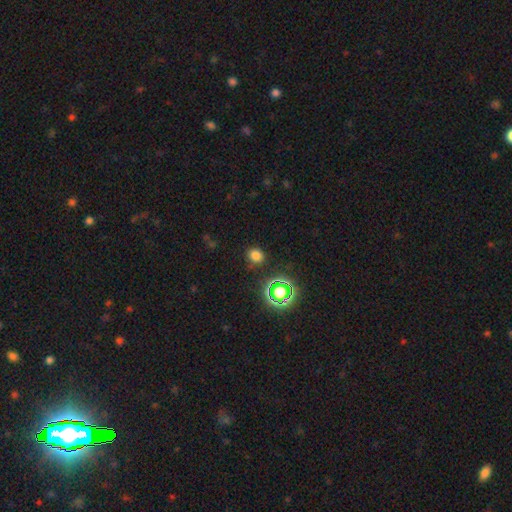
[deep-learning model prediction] smooth 72%, star or artifact 23%, featured or disk 5%. Down the decision tree: how rounded — round (75%); merging — none (85%).